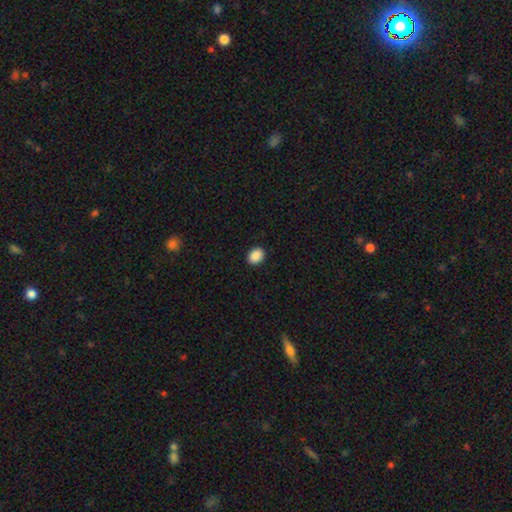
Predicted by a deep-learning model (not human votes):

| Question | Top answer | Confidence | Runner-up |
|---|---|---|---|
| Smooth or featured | smooth | 90% | star or artifact (8%) |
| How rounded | in between | 62% | round (37%) |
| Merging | none | 92% | minor disturbance (6%) |